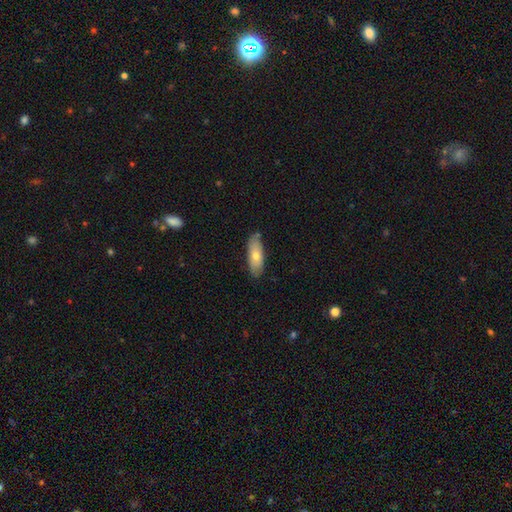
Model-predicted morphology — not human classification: This appears to be a smooth galaxy with no disk features (68%) that is in between round and cigar-shaped (73%). Merging: none (79%).